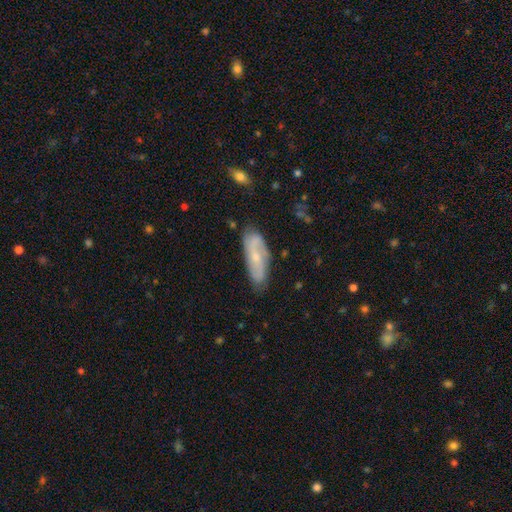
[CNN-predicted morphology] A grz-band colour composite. It shows a featured or disk galaxy (59%). Merging: none (76%).